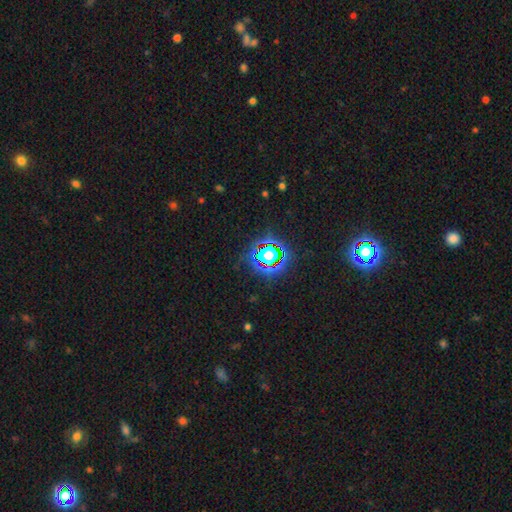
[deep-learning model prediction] star or artifact 80%, smooth 12%, featured or disk 8%.